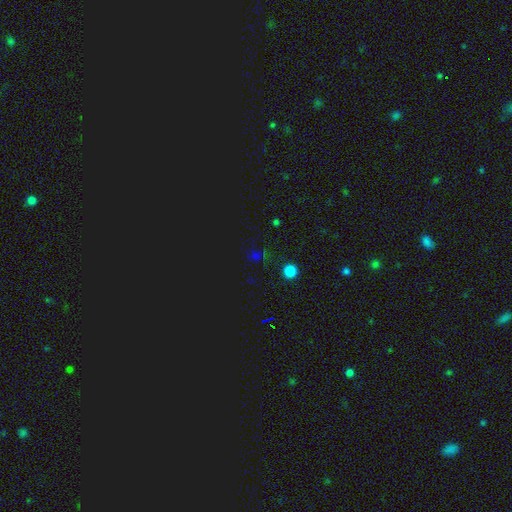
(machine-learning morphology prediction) Smooth or featured: star or artifact — 65% (smooth — 28%)